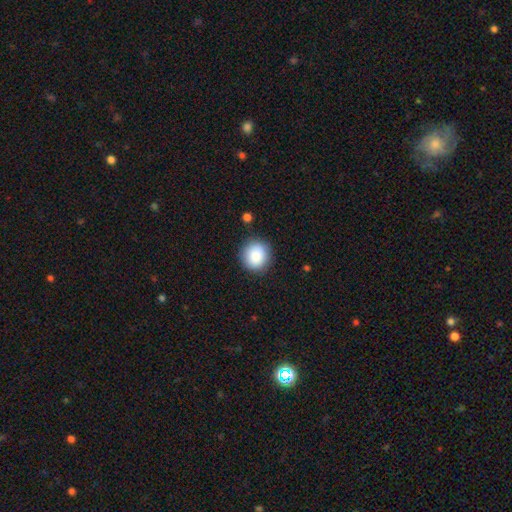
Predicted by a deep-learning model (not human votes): The model was most divided on "merging": none: 87%, minor disturbance: 9%, major disturbance: 3%, merger: 2%. More confident: how rounded — round (89%); smooth or featured — smooth (87%).